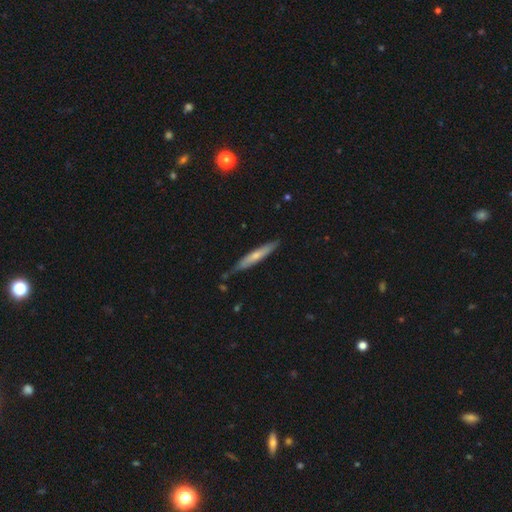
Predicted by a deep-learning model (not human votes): Smooth or featured? smooth (54%)
How rounded? cigar-shaped (92%)
Merging? none (75%)